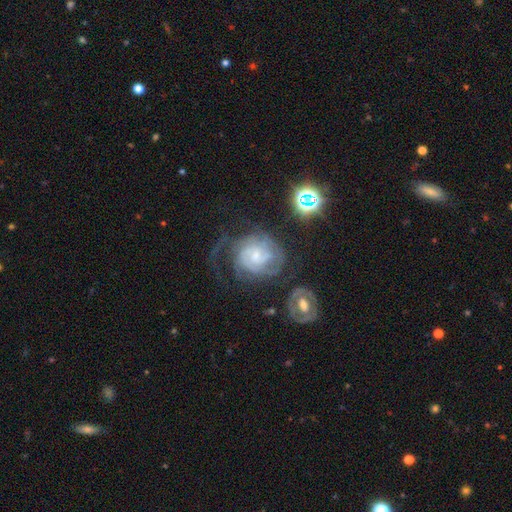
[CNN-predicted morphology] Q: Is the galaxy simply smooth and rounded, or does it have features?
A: featured or disk — 81%.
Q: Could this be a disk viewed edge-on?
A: no — 97%.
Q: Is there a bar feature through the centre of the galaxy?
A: no — 53%.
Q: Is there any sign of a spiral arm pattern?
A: yes — 94%.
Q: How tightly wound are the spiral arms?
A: tight — 59%.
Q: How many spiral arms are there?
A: can't tell — 37%.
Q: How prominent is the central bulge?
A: small — 55%.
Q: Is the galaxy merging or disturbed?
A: none — 48%.